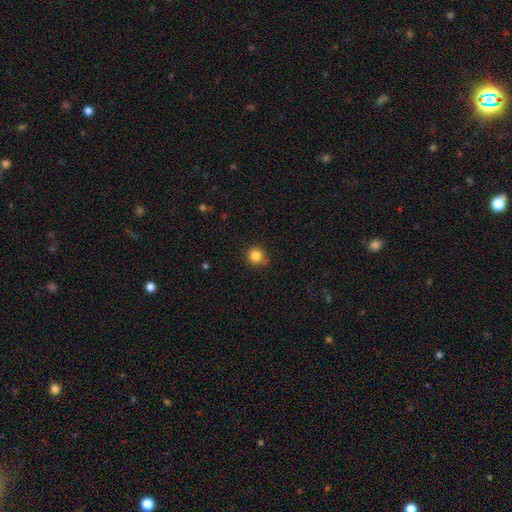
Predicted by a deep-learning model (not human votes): Smooth or featured? smooth (85%)
How rounded? round (93%)
Merging? none (83%)